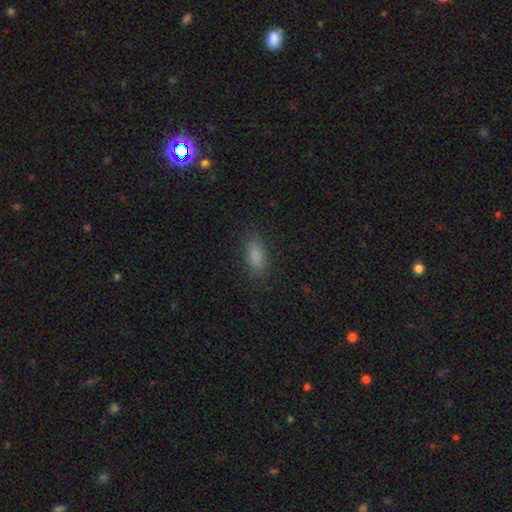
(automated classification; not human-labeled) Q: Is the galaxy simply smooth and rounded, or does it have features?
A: smooth — 86%.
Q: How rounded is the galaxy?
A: in between — 84%.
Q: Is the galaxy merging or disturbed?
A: none — 84%.